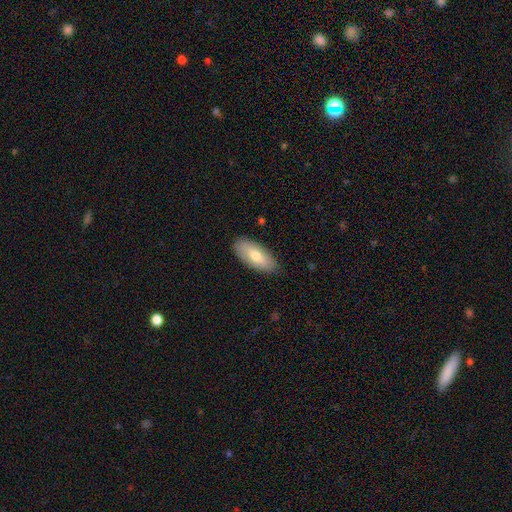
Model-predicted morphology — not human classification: Overall: smooth (71%). How rounded: in between (88%). Merging: none (85%).